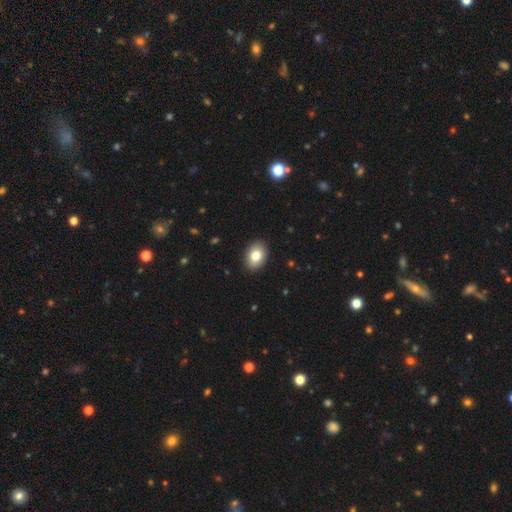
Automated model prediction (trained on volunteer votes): Smooth or featured? Predicted: smooth (p=0.81). How rounded? Predicted: in between (p=0.79). Merging? Predicted: none (p=0.90).